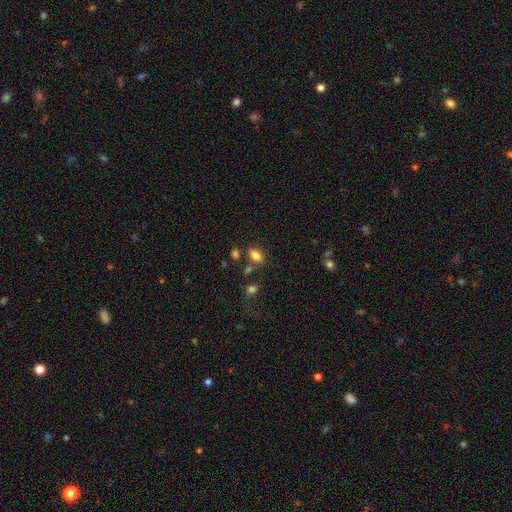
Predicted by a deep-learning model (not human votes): A smooth galaxy with no disk features (82%) that is in between round and cigar-shaped (88%). Merging: none (71%).